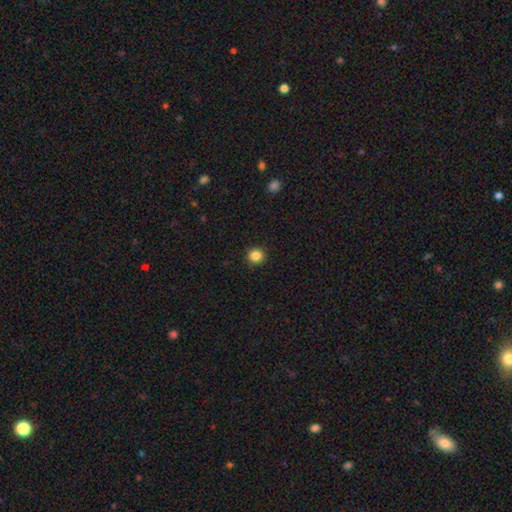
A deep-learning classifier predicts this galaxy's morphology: This appears to be a smooth galaxy with no disk features (85%) that is round (92%). Merging: none (92%).